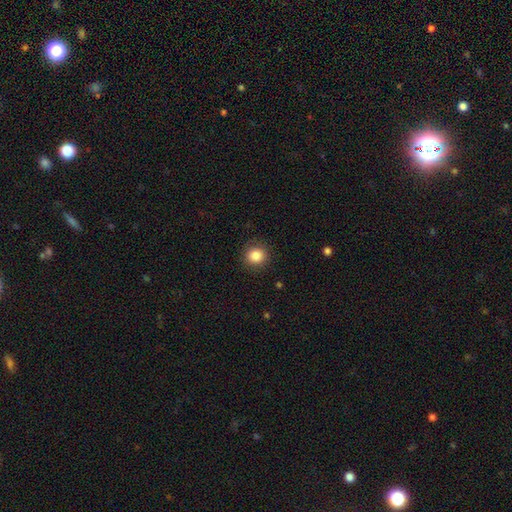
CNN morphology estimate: smooth_or_featured: smooth (p=0.85) [alt: star or artifact p=0.10]
how_rounded: round (p=0.91) [alt: in between p=0.09]
merging: none (p=0.88) [alt: minor disturbance p=0.08]